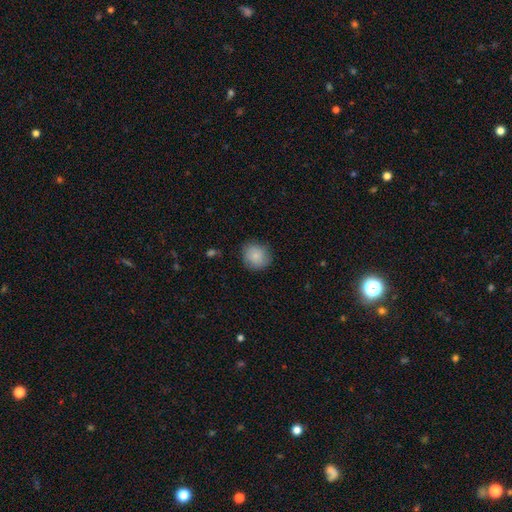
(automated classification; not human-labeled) A smooth galaxy with no disk features (86%) that is round (86%).

Vote fractions:
- Smooth or featured? smooth: 86% / star or artifact: 7% / featured or disk: 7%
- How rounded? round: 86% / in between: 13% / cigar-shaped: 1%
- Merging? none: 84% / minor disturbance: 12% / major disturbance: 3% / merger: 1%